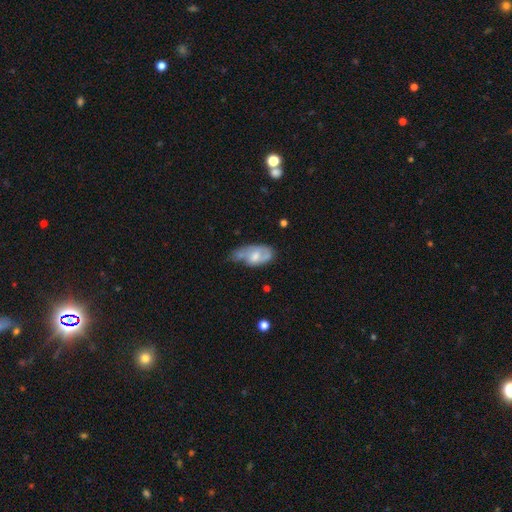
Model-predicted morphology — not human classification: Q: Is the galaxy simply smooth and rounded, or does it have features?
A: featured or disk — 51%.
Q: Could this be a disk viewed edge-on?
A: no — 93%.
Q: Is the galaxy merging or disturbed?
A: minor disturbance — 38%.